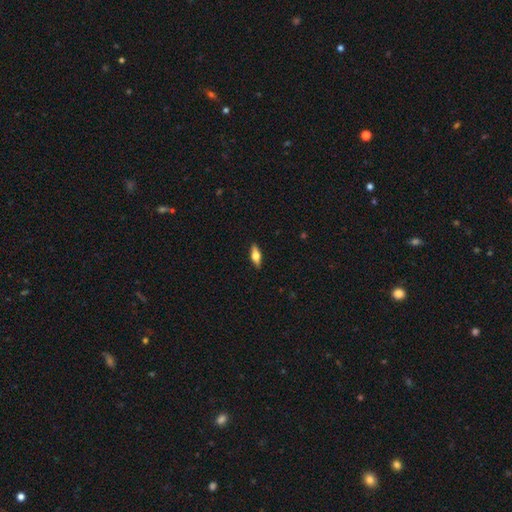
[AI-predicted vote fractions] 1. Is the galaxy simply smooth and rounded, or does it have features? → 52% smooth, 42% featured or disk, 6% star or artifact.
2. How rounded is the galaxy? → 63% in between, 33% cigar-shaped, 3% round.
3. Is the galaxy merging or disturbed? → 89% none, 8% minor disturbance, 2% major disturbance, 1% merger.